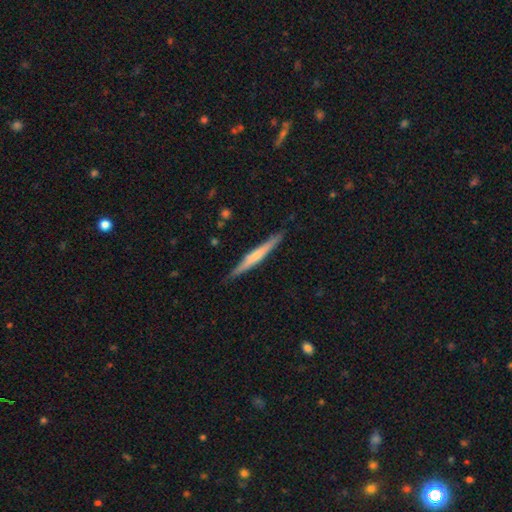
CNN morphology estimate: Smooth or featured? Predicted: featured or disk (p=0.53). Edge-on disk? Predicted: yes (p=0.97). Edge-on bulge? Predicted: none (p=0.46). Merging? Predicted: none (p=0.88).